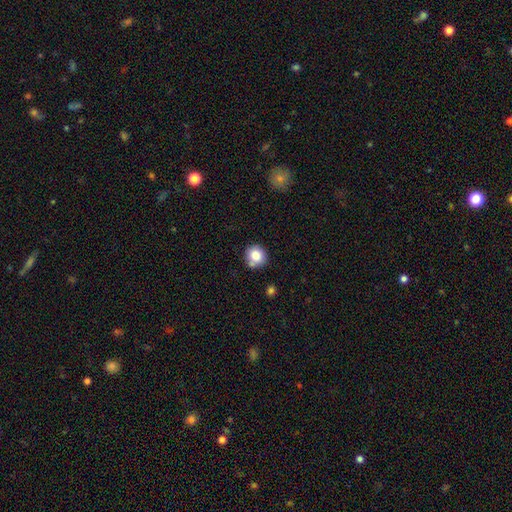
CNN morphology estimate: smooth-or-featured: smooth: 83% | star or artifact: 10% | featured or disk: 8%
  how-rounded: round: 87% | in between: 12% | cigar-shaped: 1%
  merging: none: 72% | minor disturbance: 15% | merger: 9% | major disturbance: 4%